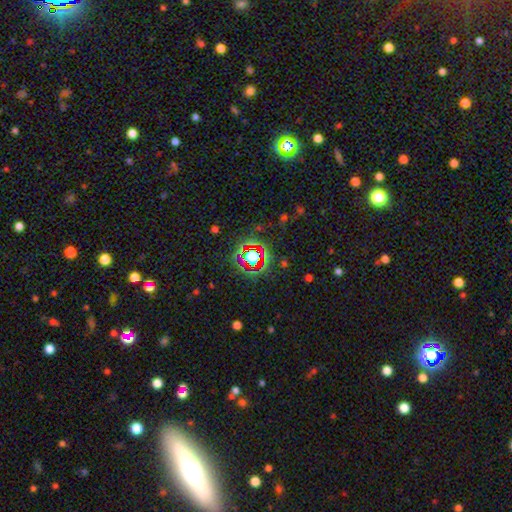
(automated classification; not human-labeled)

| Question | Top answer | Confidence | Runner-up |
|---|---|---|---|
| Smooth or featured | star or artifact | 70% | smooth (19%) |